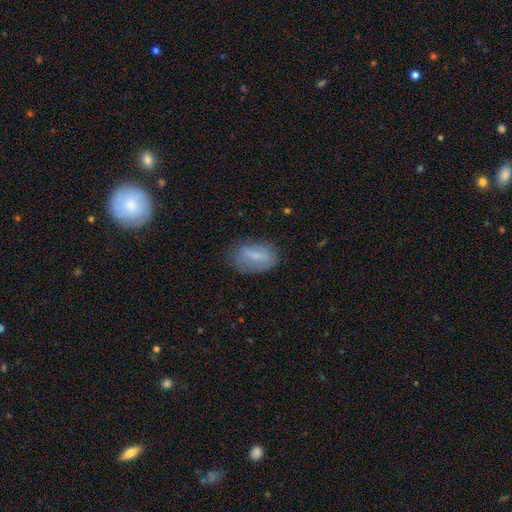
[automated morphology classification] smooth 64%, featured or disk 28%, star or artifact 8%. Down the decision tree: how rounded — in between (89%); merging — none (70%).